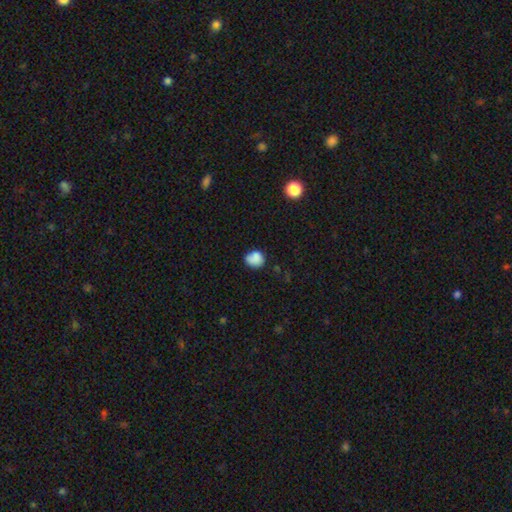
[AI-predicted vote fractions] A smooth galaxy with no disk features (82%) that is round (65%). Merging: none (60%).